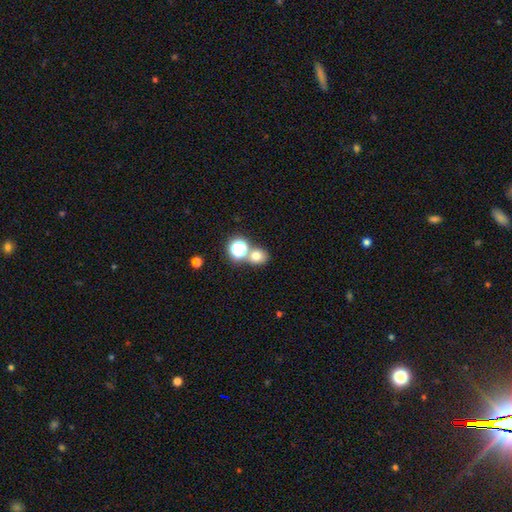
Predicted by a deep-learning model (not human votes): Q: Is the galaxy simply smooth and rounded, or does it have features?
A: smooth — 71%.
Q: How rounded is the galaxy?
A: round — 69%.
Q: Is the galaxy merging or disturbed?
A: none — 61%.